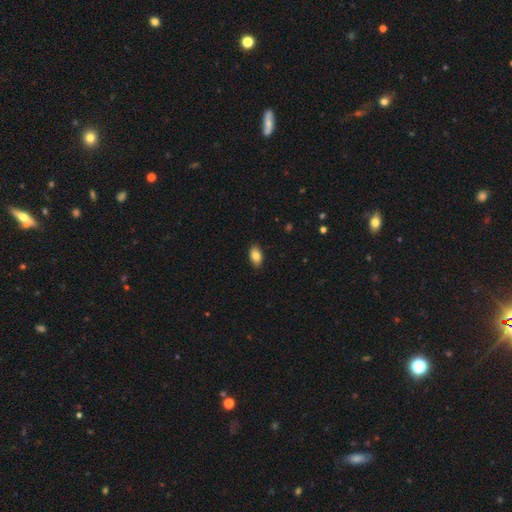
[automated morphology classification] Overall: smooth (85%). How rounded: in between (92%). Merging: none (89%).